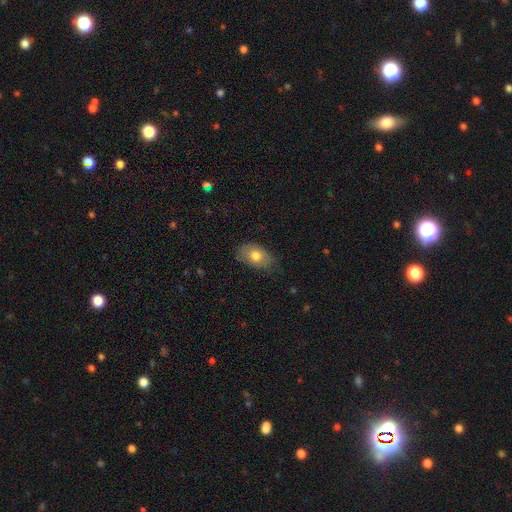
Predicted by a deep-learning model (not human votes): Morphology: type=smooth (75%); roundness=in between (85%); merging=none (66%).